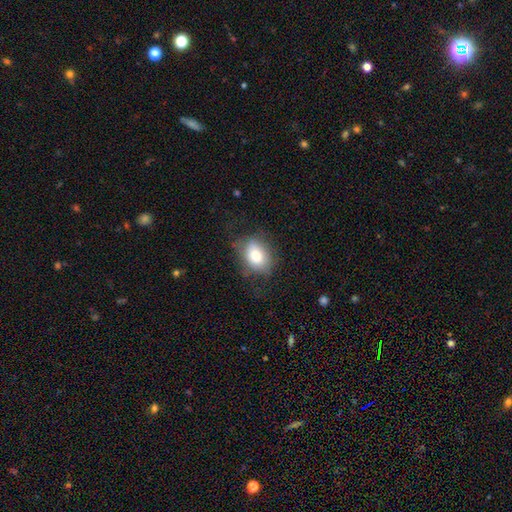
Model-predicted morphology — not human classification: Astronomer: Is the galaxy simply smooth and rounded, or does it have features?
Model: smooth — 77%.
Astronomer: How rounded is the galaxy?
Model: in between — 76%.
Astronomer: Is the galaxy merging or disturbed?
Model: none — 61%.